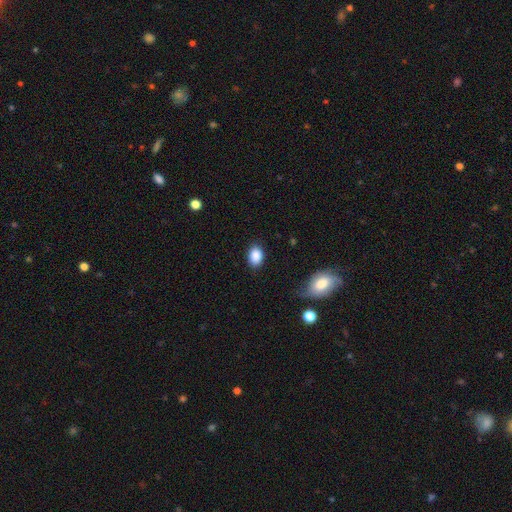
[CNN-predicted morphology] Smooth or featured?
  - smooth: 88% *
  - star or artifact: 8%
  - featured or disk: 4%
How rounded?
  - in between: 79% *
  - round: 20%
  - cigar-shaped: 1%
Merging?
  - none: 84% *
  - minor disturbance: 12%
  - major disturbance: 3%
  - merger: 1%